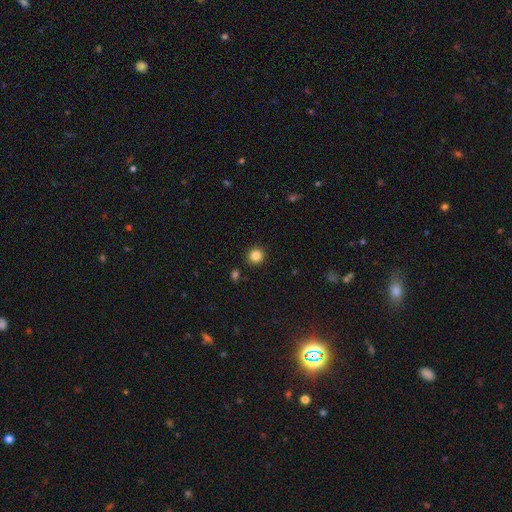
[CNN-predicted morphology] Smooth or featured? smooth (84%)
How rounded? round (91%)
Merging? none (90%)